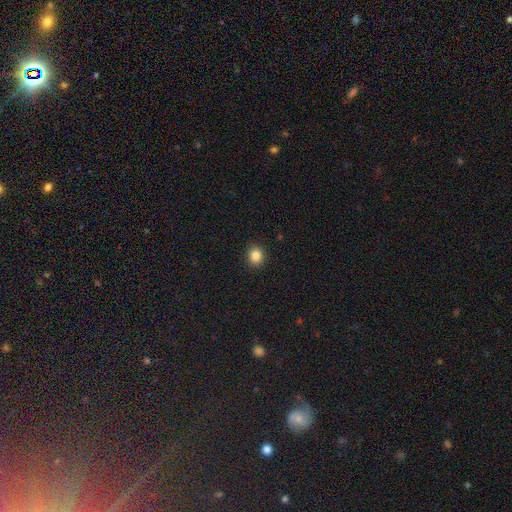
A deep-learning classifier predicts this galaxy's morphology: This appears to be a smooth galaxy with no disk features (85%) that is round (82%). Merging: none (92%).